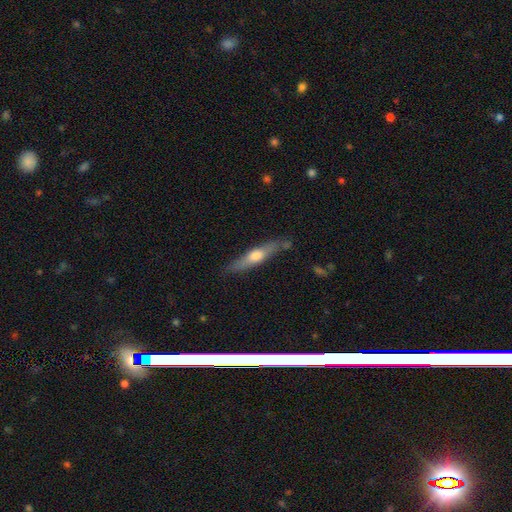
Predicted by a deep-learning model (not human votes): Overall: featured or disk (54%; smooth 41%). Edge-on disk: yes (91%). Merging: none (78%).